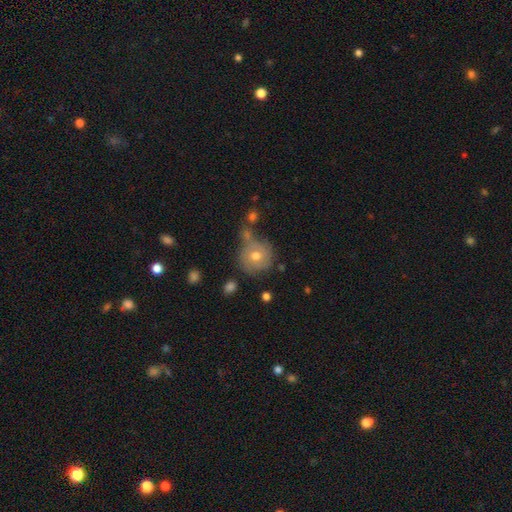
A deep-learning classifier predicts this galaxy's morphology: smooth 57%, featured or disk 33%, star or artifact 9%. Down the decision tree: how rounded — round (90%); merging — none (55%).